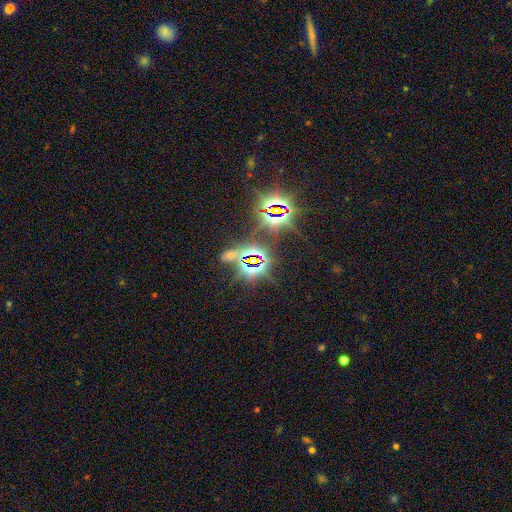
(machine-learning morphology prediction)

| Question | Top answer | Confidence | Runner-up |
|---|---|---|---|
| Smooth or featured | star or artifact | 83% | smooth (9%) |